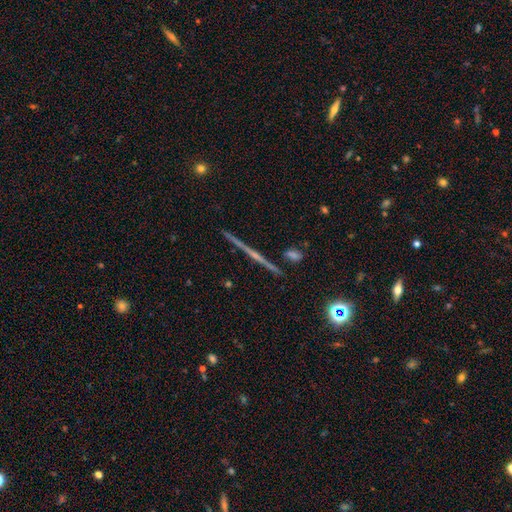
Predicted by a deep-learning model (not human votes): Morphology: type=featured or disk (76%); edge-on=yes (98%); edge-on bulge=rounded (55%); merging=none (91%).